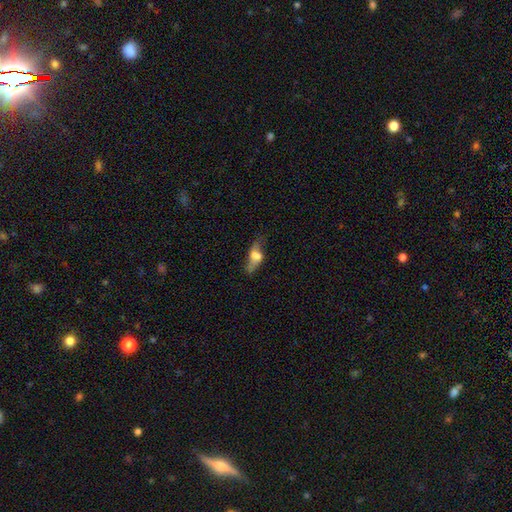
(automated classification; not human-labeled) Smooth or featured? Predicted: smooth (p=0.50). Merging? Predicted: none (p=0.44).